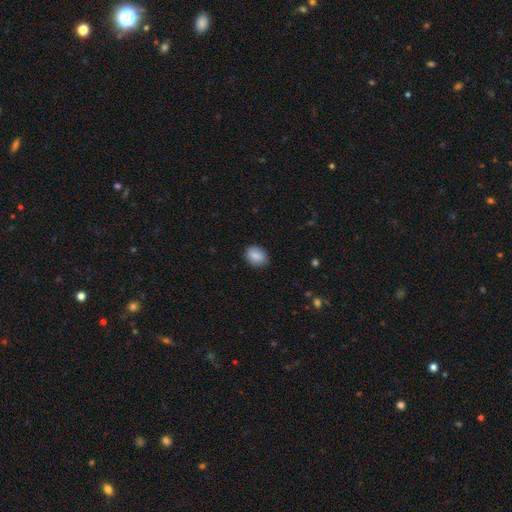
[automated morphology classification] Overall: smooth (88%). How rounded: in between (64%; round 35%). Merging: none (86%).